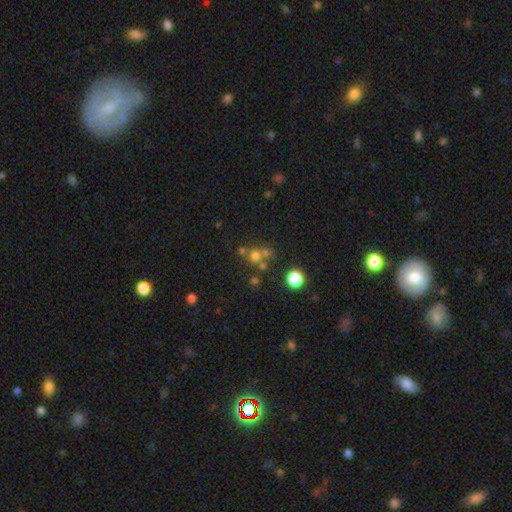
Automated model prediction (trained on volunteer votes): Smooth or featured? smooth (62%)
How rounded? round (87%)
Merging? none (56%)